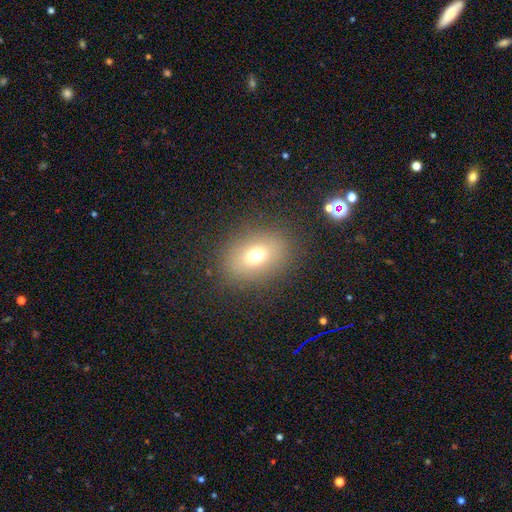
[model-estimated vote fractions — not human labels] Smooth or featured: smooth — 69% (star or artifact — 16%)
How rounded: in between — 67% (round — 32%)
Merging: none — 84% (minor disturbance — 9%)